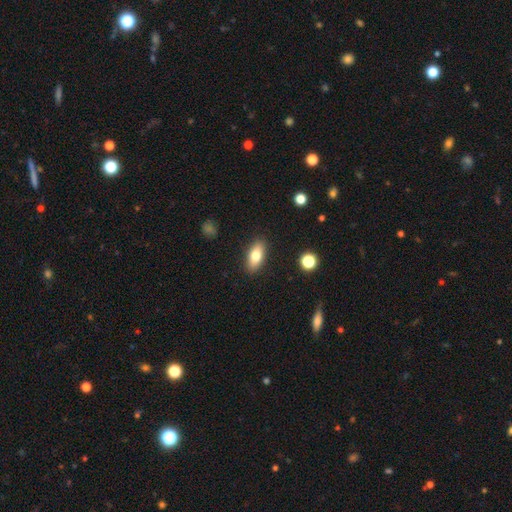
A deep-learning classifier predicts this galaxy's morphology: smooth_or_featured: smooth (p=0.77) [alt: featured or disk p=0.15]
how_rounded: in between (p=0.83) [alt: cigar-shaped p=0.14]
merging: none (p=0.88) [alt: minor disturbance p=0.09]